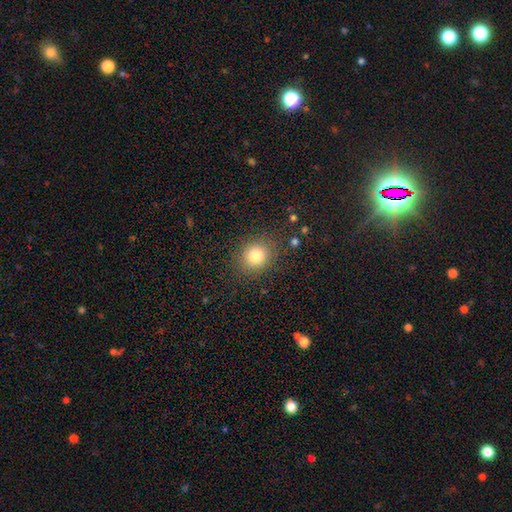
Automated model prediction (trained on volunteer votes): smooth-or-featured: smooth: 81% | star or artifact: 11% | featured or disk: 7%
  how-rounded: round: 77% | in between: 22% | cigar-shaped: 1%
  merging: none: 85% | minor disturbance: 10% | major disturbance: 4% | merger: 1%